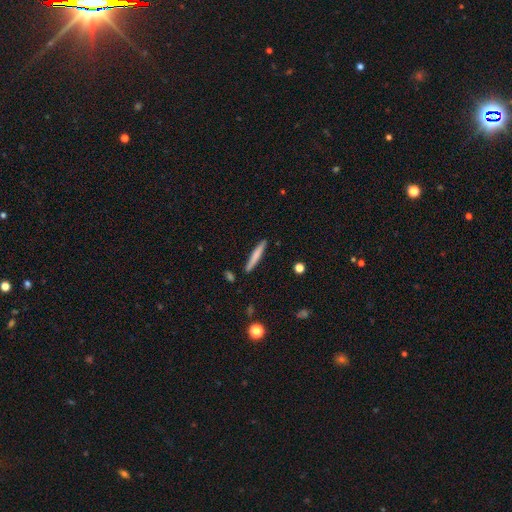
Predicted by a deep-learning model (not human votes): Q: Smooth or featured?
A: smooth (69%); runner-up: featured or disk (26%)
Q: How rounded?
A: cigar-shaped (95%); runner-up: in between (4%)
Q: Merging?
A: none (89%); runner-up: minor disturbance (8%)